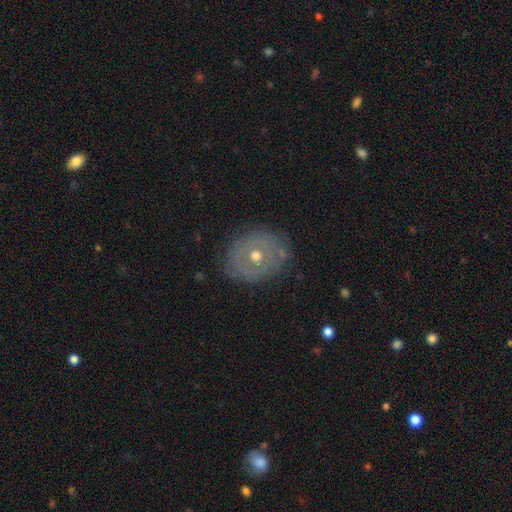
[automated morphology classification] A featured or disk galaxy (62%) with no bar (90%), no spiral arms (62%) and a moderate central bulge (68%). Merging: none (80%).